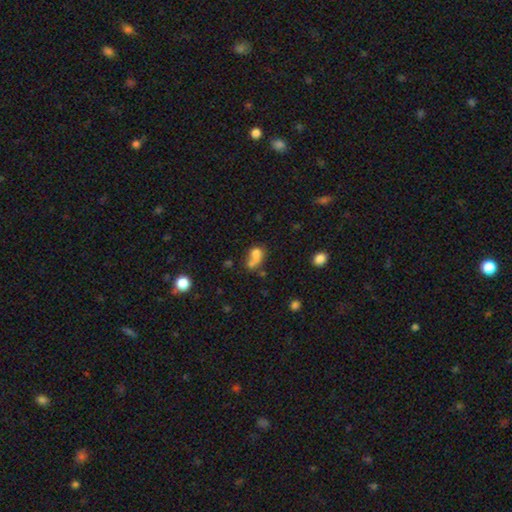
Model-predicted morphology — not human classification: Overall: smooth (66%). How rounded: round (50%; in between 48%). Merging: merger (56%; none 24%).